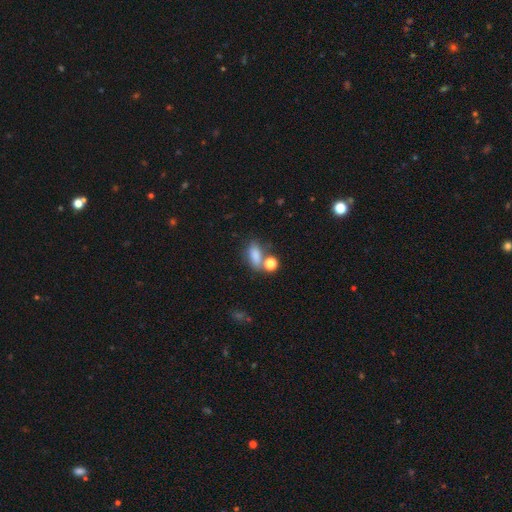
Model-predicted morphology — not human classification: Smooth or featured? Predicted: smooth (p=0.78). How rounded? Predicted: in between (p=0.76). Merging? Predicted: none (p=0.46).